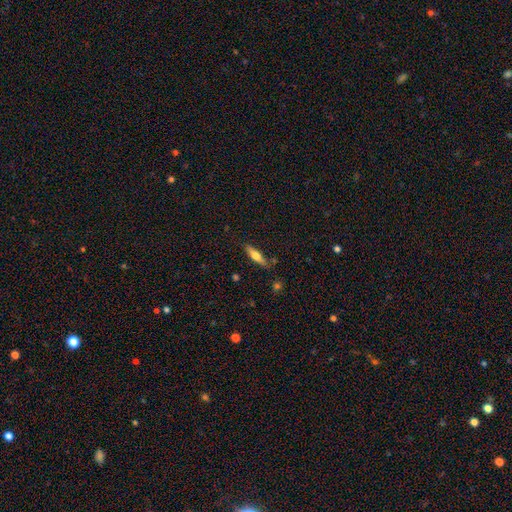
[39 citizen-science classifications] Q: Smooth or featured?
A: smooth (54%); runner-up: featured or disk (38%)
Q: How rounded?
A: cigar-shaped (76%); runner-up: in between (24%)
Q: Merging?
A: none (83%); runner-up: minor disturbance (14%)